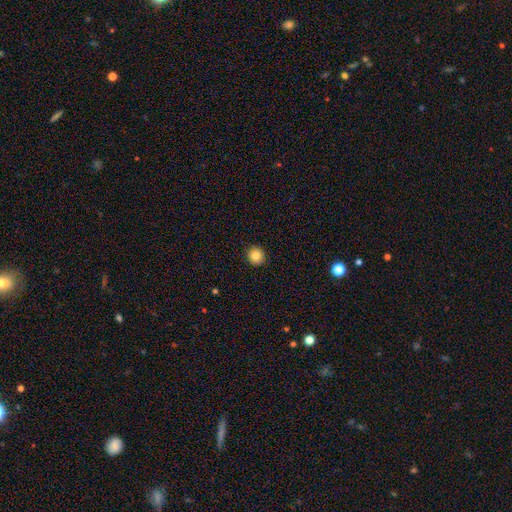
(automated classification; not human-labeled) Smooth or featured? Predicted: smooth (p=0.83). How rounded? Predicted: round (p=0.92). Merging? Predicted: none (p=0.93).